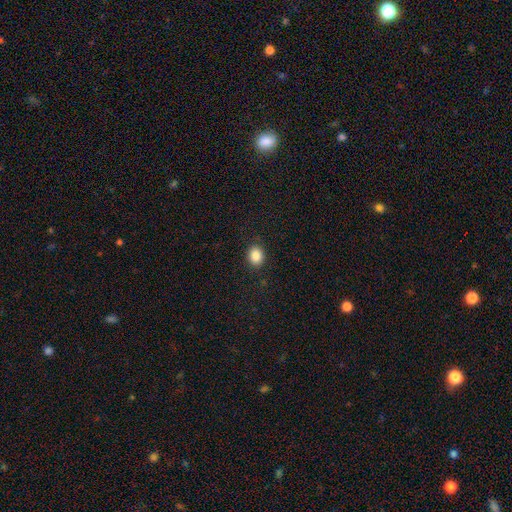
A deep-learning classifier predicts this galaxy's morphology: Smooth or featured? Predicted: smooth (p=0.86). How rounded? Predicted: round (p=0.56). Merging? Predicted: none (p=0.89).